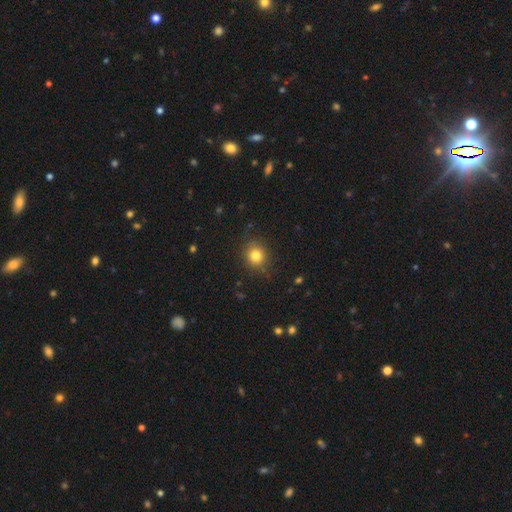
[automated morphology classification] This is clearly a smooth galaxy (81%). How rounded: clearly round (81%). Merging: clearly none (85%).